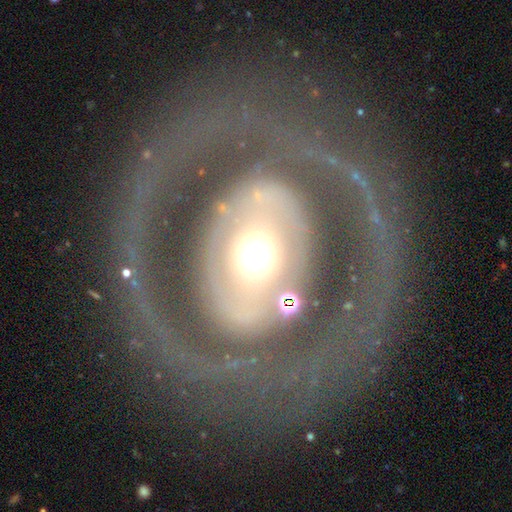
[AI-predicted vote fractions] Smooth or featured?
  - featured or disk: 80% *
  - smooth: 14%
  - star or artifact: 6%
Edge-on disk?
  - no: 95% *
  - yes: 5%
Bar?
  - no: 69% *
  - weak: 17%
  - strong: 15%
Spiral arms?
  - yes: 59% *
  - no: 41%
Bulge size?
  - moderate: 57% *
  - large: 26%
  - small: 10%
  - dominant: 5%
  - none: 1%
Merging?
  - none: 75% *
  - major disturbance: 13%
  - minor disturbance: 11%
  - merger: 2%